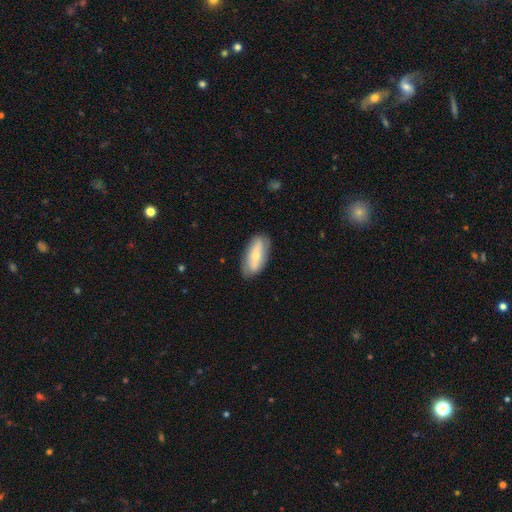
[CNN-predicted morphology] smooth 49%, featured or disk 45%, star or artifact 6%. Down the decision tree: merging — none (78%).